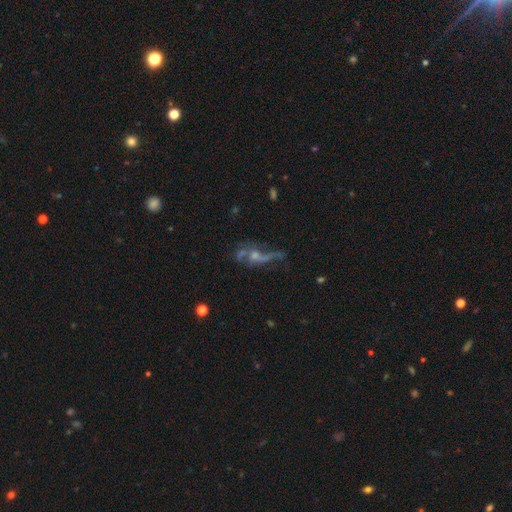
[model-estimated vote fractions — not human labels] smooth_or_featured: featured or disk (p=0.61) [alt: star or artifact p=0.20]
disk_edge_on: no (p=0.78) [alt: yes p=0.22]
merging: none (p=0.39) [alt: major disturbance p=0.30]